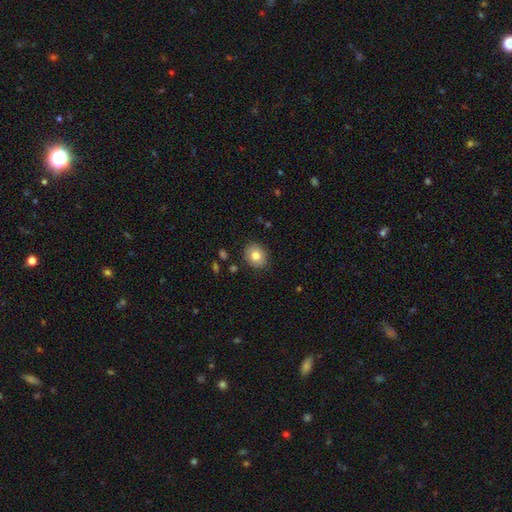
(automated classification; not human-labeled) Smooth or featured?
  - smooth: 80% *
  - featured or disk: 11%
  - star or artifact: 9%
How rounded?
  - round: 58% *
  - in between: 41%
  - cigar-shaped: 1%
Merging?
  - none: 87% *
  - minor disturbance: 9%
  - major disturbance: 2%
  - merger: 1%